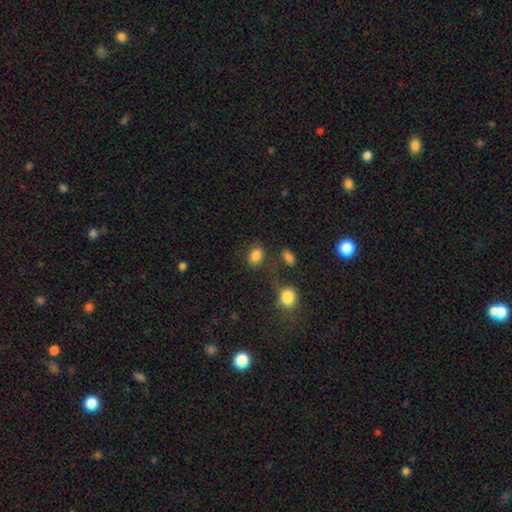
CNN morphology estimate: Smooth or featured: smooth — 84% (star or artifact — 10%)
How rounded: in between — 70% (round — 29%)
Merging: none — 68% (minor disturbance — 15%)